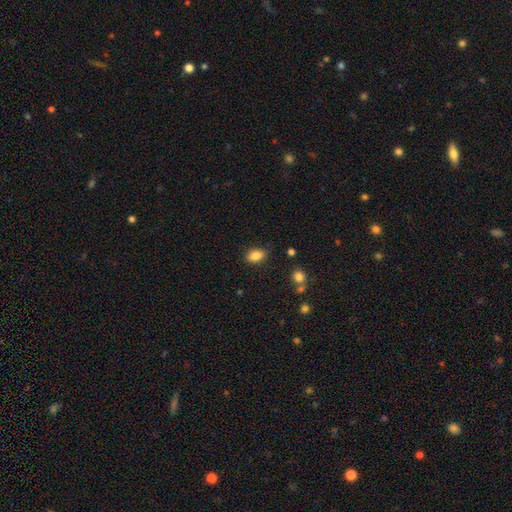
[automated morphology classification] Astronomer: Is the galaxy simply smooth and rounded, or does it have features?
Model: smooth — 85%.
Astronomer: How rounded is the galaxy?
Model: in between — 82%.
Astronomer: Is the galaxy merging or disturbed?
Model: none — 82%.